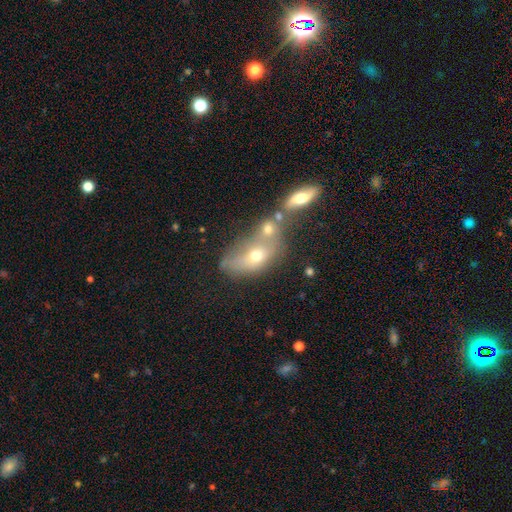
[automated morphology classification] A smooth galaxy with no disk features (48%).

Vote fractions:
- Smooth or featured? smooth: 48% / featured or disk: 38% / star or artifact: 14%
- Merging? merger: 60% / none: 21% / minor disturbance: 11% / major disturbance: 8%